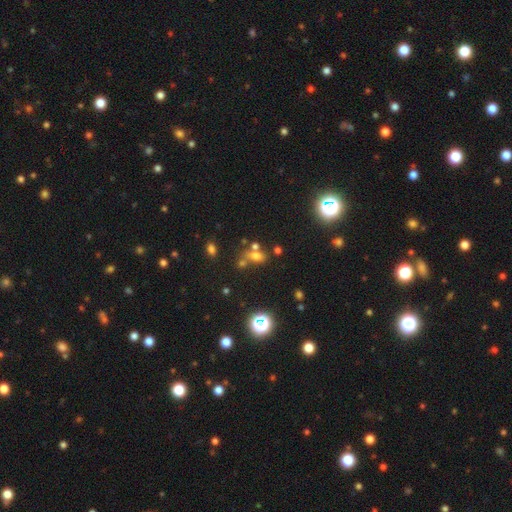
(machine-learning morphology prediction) Overall: smooth (57%; star or artifact 28%). How rounded: in between (61%; round 34%). Merging: none (42%; merger 37%).